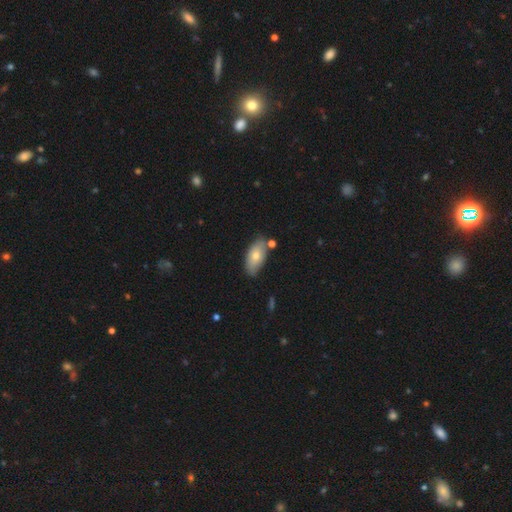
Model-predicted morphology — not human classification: smooth_or_featured: smooth (p=0.70) [alt: featured or disk p=0.24]
how_rounded: in between (p=0.91) [alt: cigar-shaped p=0.06]
merging: none (p=0.72) [alt: minor disturbance p=0.18]